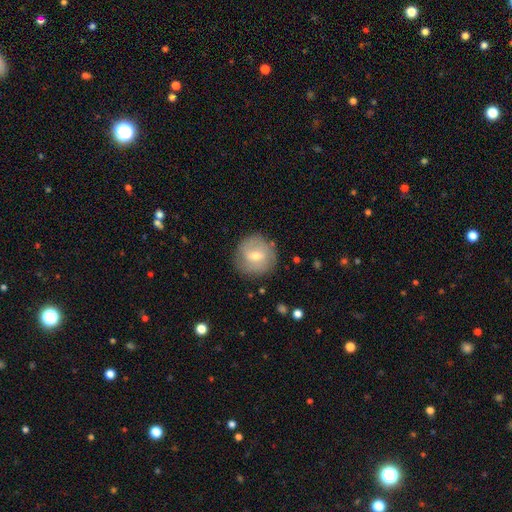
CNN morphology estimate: smooth-or-featured: featured or disk: 52% | smooth: 41% | star or artifact: 7%
  disk-edge-on: no: 96% | yes: 4%
    bar: weak: 55% | no: 30% | strong: 15%
    has-spiral-arms: yes: 73% | no: 27%
    bulge-size: moderate: 48% (tied) | small: 48% (tied) | large: 2% | none: 1% | dominant: 1%
  merging: none: 81% | minor disturbance: 13% | major disturbance: 4% | merger: 2%